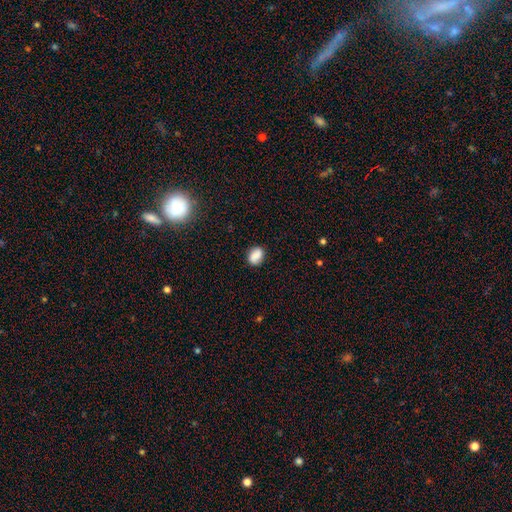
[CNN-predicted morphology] A smooth galaxy with no disk features (84%) that is in between round and cigar-shaped (68%). Merging: none (81%).